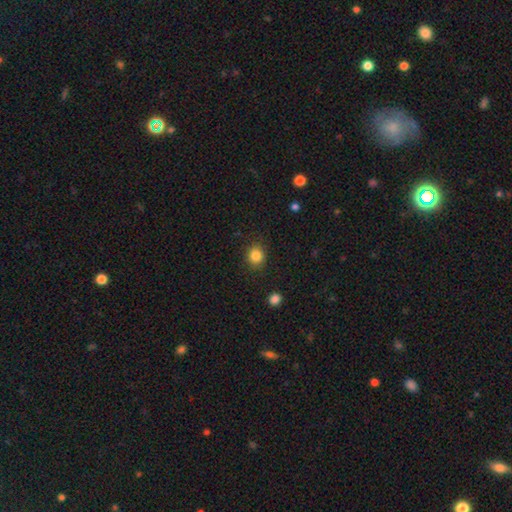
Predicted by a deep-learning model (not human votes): This appears to be a smooth galaxy with no disk features (84%) that is round (78%). Merging: none (88%).